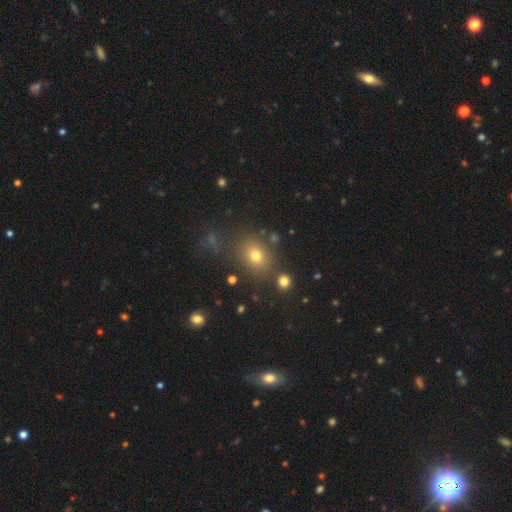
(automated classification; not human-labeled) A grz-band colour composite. It shows a smooth galaxy with no disk features (70%) that is round (56%). Merging: none (78%).